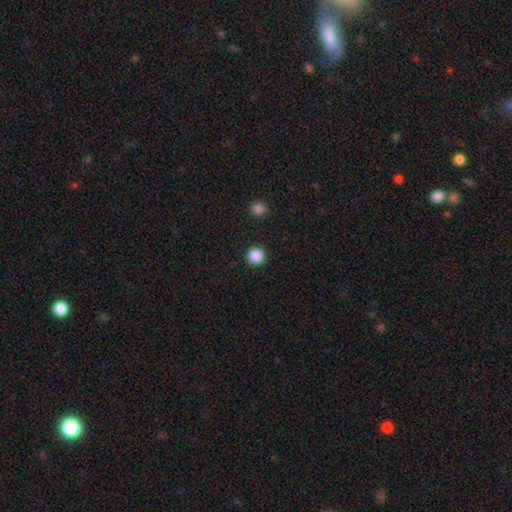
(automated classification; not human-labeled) This appears to be a smooth galaxy with no disk features (87%) that is round (96%). Merging: none (92%).